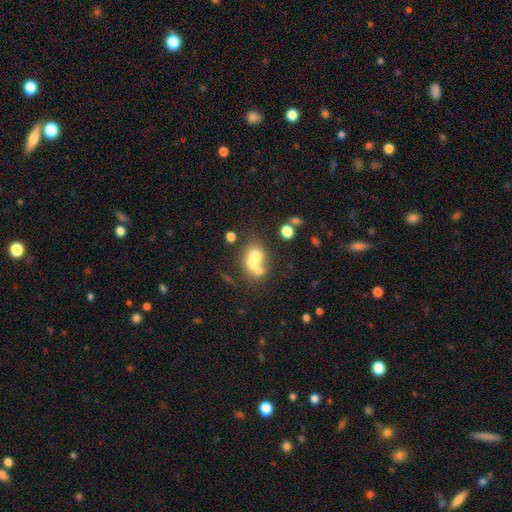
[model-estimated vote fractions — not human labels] smooth-or-featured: smooth: 58% | featured or disk: 29% | star or artifact: 14%
  how-rounded: round: 60% | in between: 38% | cigar-shaped: 1%
  merging: merger: 62% | none: 26% | minor disturbance: 7% | major disturbance: 6%